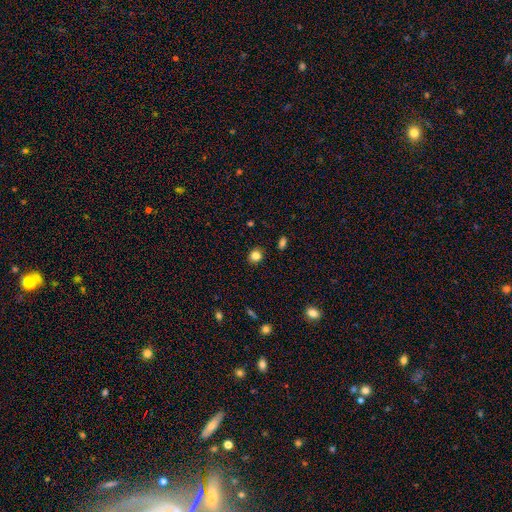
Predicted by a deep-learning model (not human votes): Smooth or featured?
  - smooth: 83% *
  - star or artifact: 12%
  - featured or disk: 5%
How rounded?
  - round: 78% *
  - in between: 21%
  - cigar-shaped: 1%
Merging?
  - none: 89% *
  - minor disturbance: 8%
  - major disturbance: 2%
  - merger: 1%